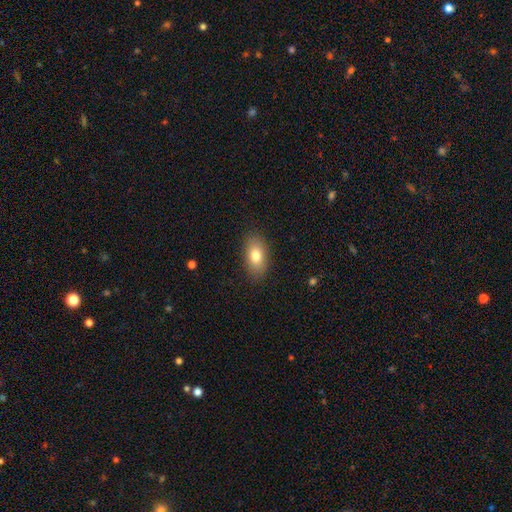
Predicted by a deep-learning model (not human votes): smooth 78%, featured or disk 14%, star or artifact 8%. Down the decision tree: how rounded — in between (90%); merging — none (87%).